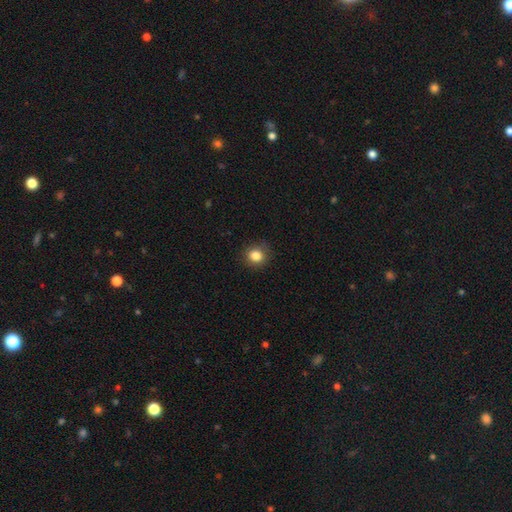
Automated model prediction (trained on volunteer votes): Q: Smooth or featured?
A: smooth (84%); runner-up: star or artifact (11%)
Q: How rounded?
A: round (79%); runner-up: in between (20%)
Q: Merging?
A: none (84%); runner-up: minor disturbance (12%)